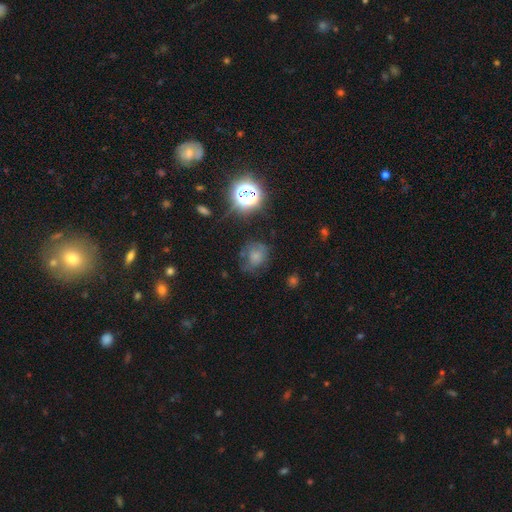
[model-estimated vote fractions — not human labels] This appears to be a smooth galaxy with no disk features (60%) that is round (64%). Merging: none (52%).